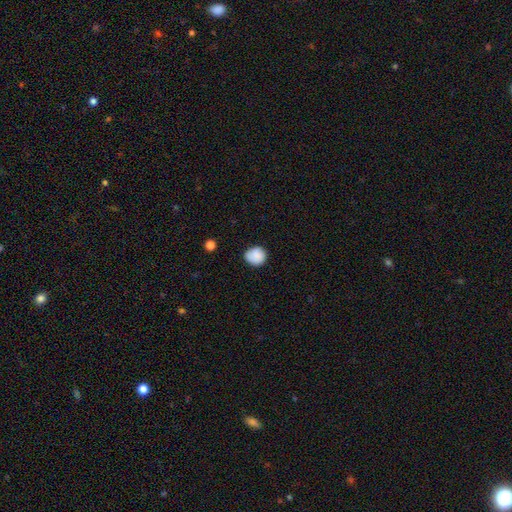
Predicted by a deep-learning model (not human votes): Q: Smooth or featured?
A: smooth (86%); runner-up: star or artifact (8%)
Q: How rounded?
A: round (85%); runner-up: in between (14%)
Q: Merging?
A: none (76%); runner-up: minor disturbance (18%)